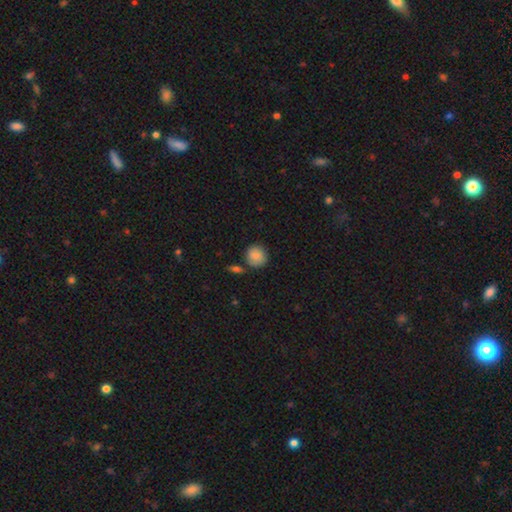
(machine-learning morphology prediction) Smooth or featured? Predicted: smooth (p=0.87). How rounded? Predicted: round (p=0.87). Merging? Predicted: none (p=0.78).